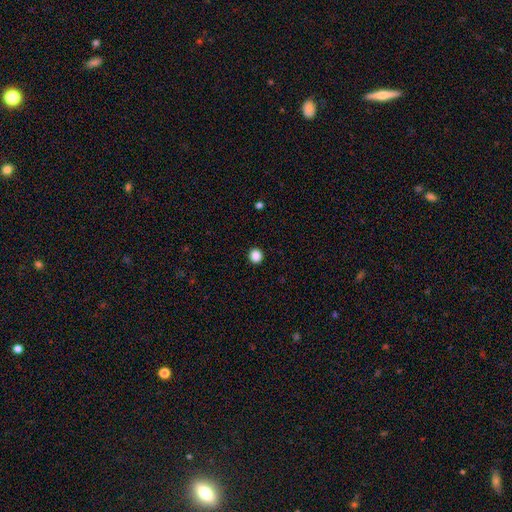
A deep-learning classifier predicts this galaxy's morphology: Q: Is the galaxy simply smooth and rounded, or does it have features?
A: smooth — 87%.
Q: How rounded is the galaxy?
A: round — 92%.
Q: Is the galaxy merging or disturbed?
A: none — 93%.